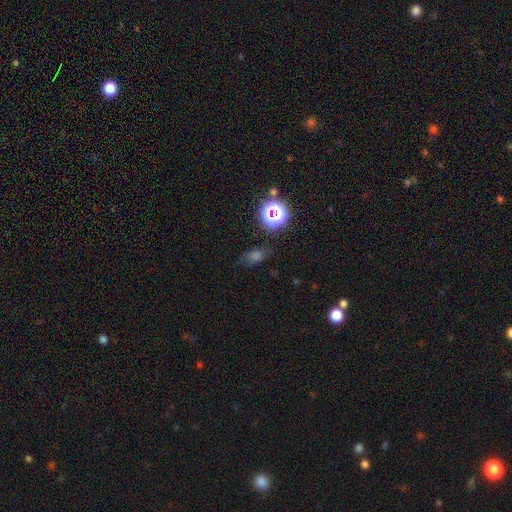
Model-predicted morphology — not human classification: Smooth or featured? Predicted: smooth (p=0.42, tied with star or artifact). Merging? Predicted: none (p=0.71).